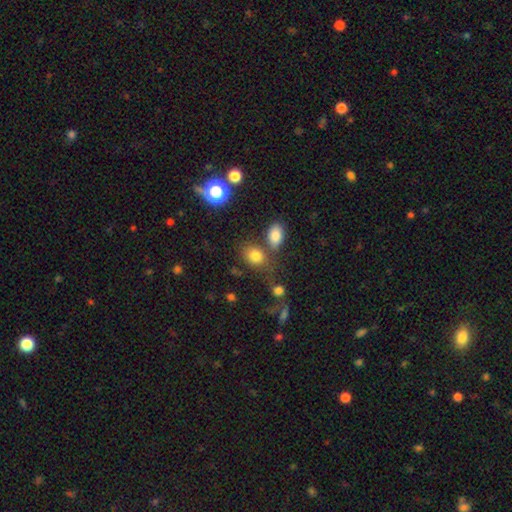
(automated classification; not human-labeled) Smooth or featured: smooth — 79% (star or artifact — 13%)
How rounded: in between — 57% (round — 42%)
Merging: none — 57% (merger — 22%)